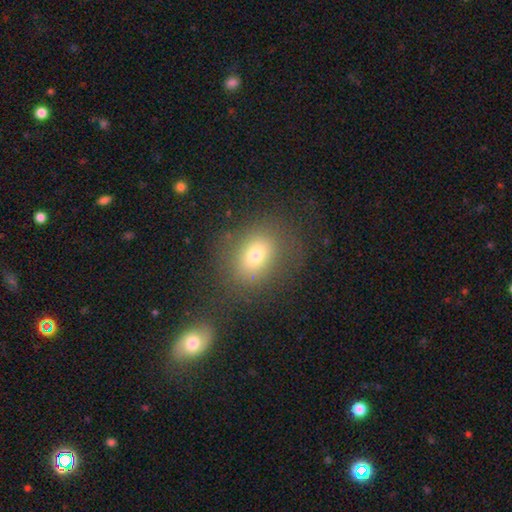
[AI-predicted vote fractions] Smooth or featured: smooth — 67% (star or artifact — 17%)
How rounded: in between — 57% (round — 41%)
Merging: none — 71% (merger — 13%)